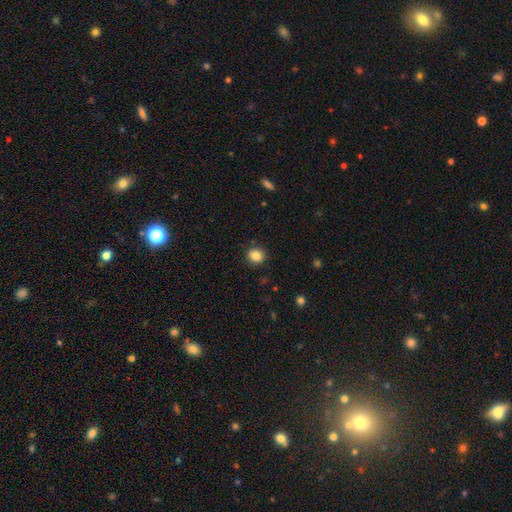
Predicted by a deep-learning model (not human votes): Smooth or featured? Predicted: smooth (p=0.84). How rounded? Predicted: round (p=0.84). Merging? Predicted: none (p=0.90).